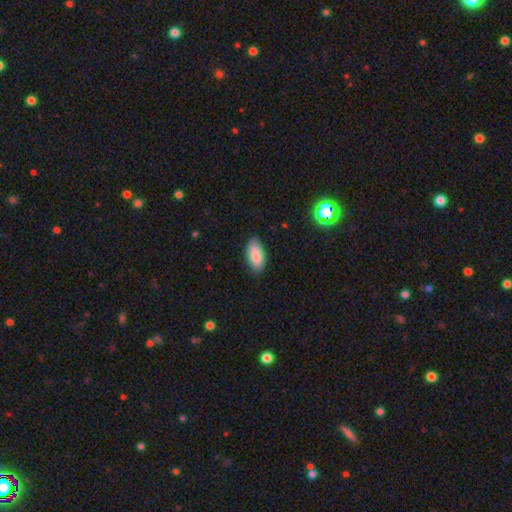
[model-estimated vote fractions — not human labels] smooth_or_featured: smooth (p=0.85) [alt: featured or disk p=0.08]
how_rounded: in between (p=0.92) [alt: cigar-shaped p=0.06]
merging: none (p=0.84) [alt: minor disturbance p=0.13]